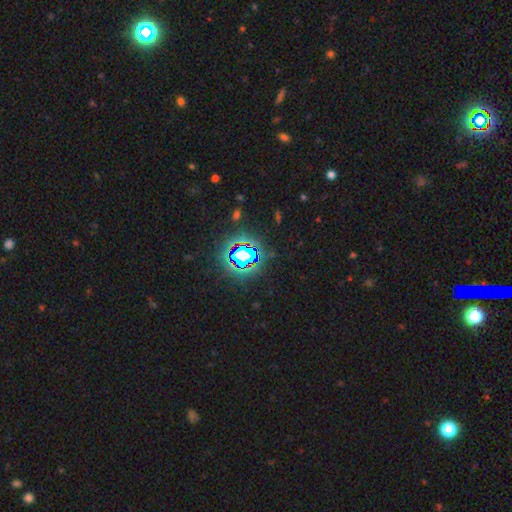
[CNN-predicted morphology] Smooth or featured: star or artifact — 80% (smooth — 12%)